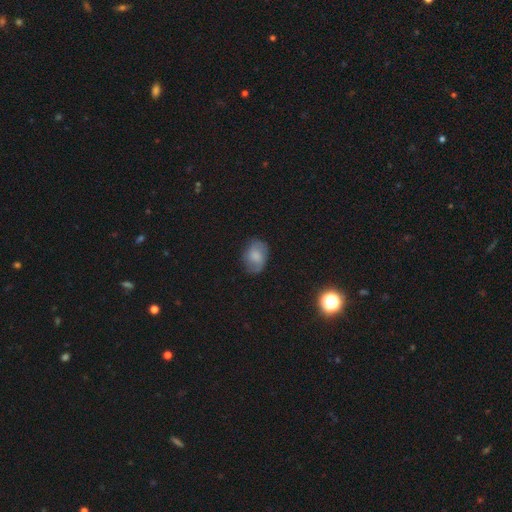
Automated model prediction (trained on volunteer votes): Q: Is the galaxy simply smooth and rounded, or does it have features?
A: smooth — 62%.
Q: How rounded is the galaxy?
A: in between — 71%.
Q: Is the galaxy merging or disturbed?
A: none — 70%.